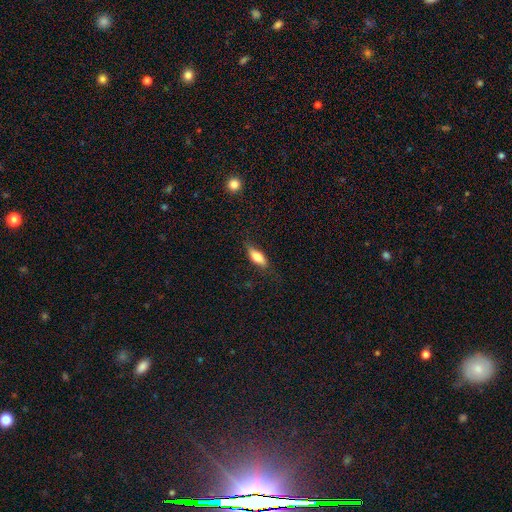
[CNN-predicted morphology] A smooth galaxy with no disk features (76%) that is in between round and cigar-shaped (73%).

Vote fractions:
- Smooth or featured? smooth: 76% / featured or disk: 17% / star or artifact: 7%
- How rounded? in between: 73% / cigar-shaped: 24% / round: 3%
- Merging? none: 72% / minor disturbance: 21% / major disturbance: 6% / merger: 1%